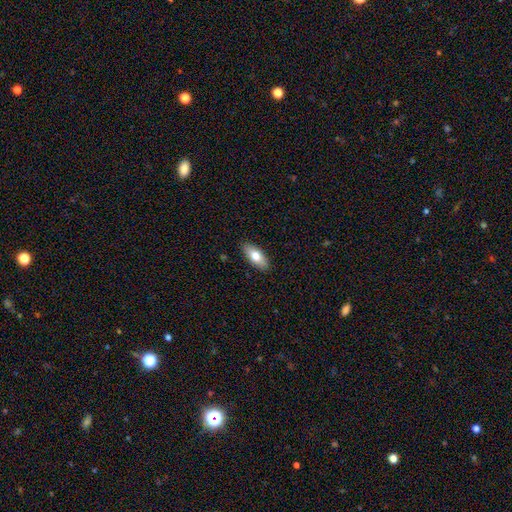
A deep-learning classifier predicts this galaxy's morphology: type=smooth (75%); roundness=in between (84%); merging=none (89%).